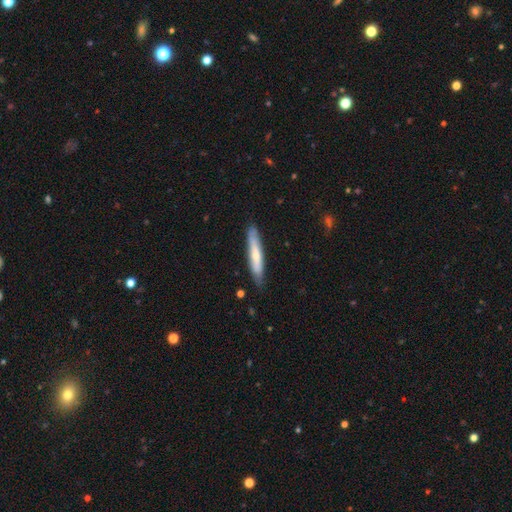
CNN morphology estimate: A smooth galaxy with no disk features (61%) that is cigar-shaped (91%).

Vote fractions:
- Smooth or featured? smooth: 61% / featured or disk: 34% / star or artifact: 5%
- How rounded? cigar-shaped: 91% / in between: 8% / round: 1%
- Merging? none: 83% / minor disturbance: 14% / major disturbance: 2% / merger: 1%